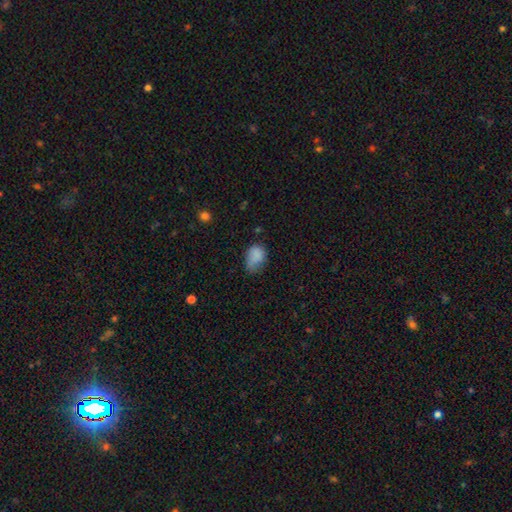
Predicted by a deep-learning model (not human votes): smooth-or-featured: smooth: 83% | star or artifact: 10% | featured or disk: 7%
  how-rounded: in between: 79% | round: 19% | cigar-shaped: 1%
  merging: none: 41% (tied) | minor disturbance: 41% (tied) | major disturbance: 15% | merger: 2%